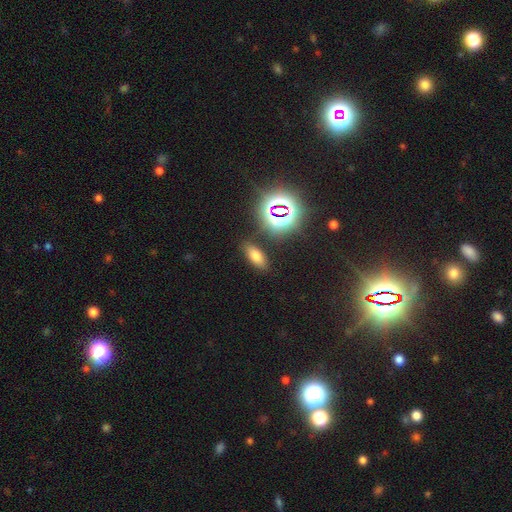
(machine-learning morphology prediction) Overall: smooth (65%; star or artifact 25%). How rounded: in between (80%). Merging: none (86%).